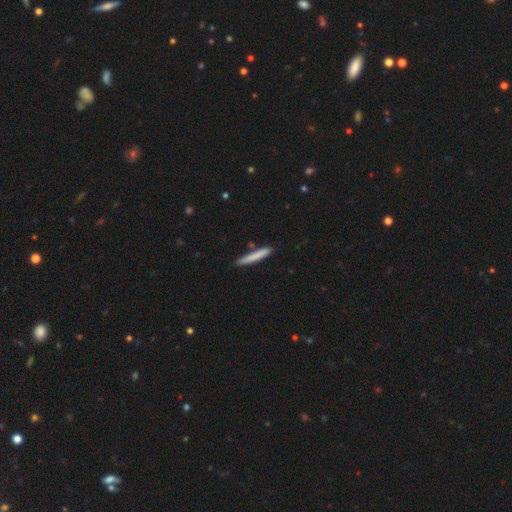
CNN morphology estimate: type=smooth (79%); roundness=cigar-shaped (95%); merging=none (85%).